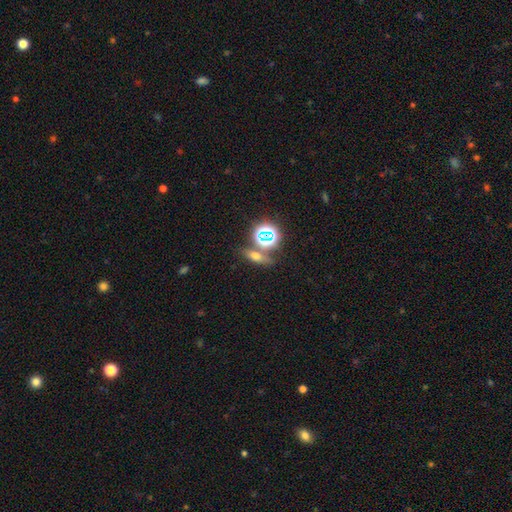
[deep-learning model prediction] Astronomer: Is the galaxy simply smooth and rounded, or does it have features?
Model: smooth — 49% (runner-up: star or artifact, 29%).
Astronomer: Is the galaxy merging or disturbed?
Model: none — 66%.